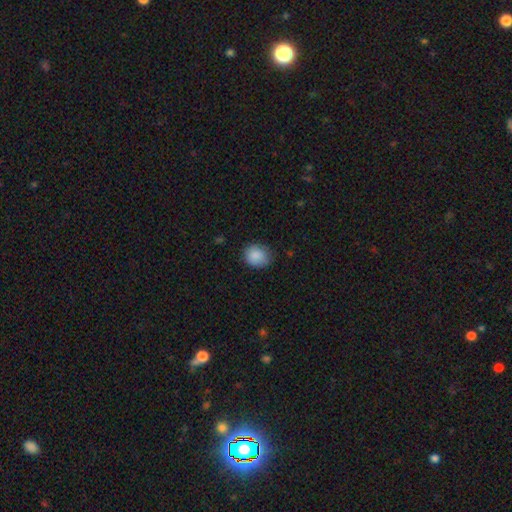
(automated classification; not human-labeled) Smooth or featured? Predicted: smooth (p=0.88). How rounded? Predicted: round (p=0.64). Merging? Predicted: none (p=0.75).